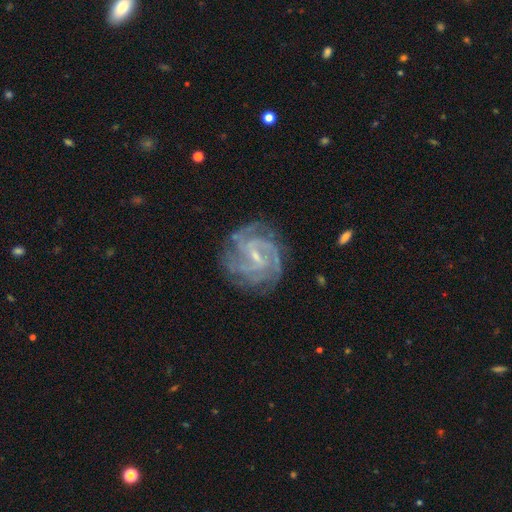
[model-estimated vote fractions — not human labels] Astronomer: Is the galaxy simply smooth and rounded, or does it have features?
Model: featured or disk — 89%.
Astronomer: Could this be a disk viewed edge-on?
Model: no — 98%.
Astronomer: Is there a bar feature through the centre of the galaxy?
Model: weak — 57%.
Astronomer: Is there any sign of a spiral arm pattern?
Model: yes — 97%.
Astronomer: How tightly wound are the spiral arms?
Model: tight — 61%.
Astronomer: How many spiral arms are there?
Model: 3 — 24% (runner-up: 4, 23%).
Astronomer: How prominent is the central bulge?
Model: small — 70%.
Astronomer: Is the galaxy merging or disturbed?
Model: none — 77%.